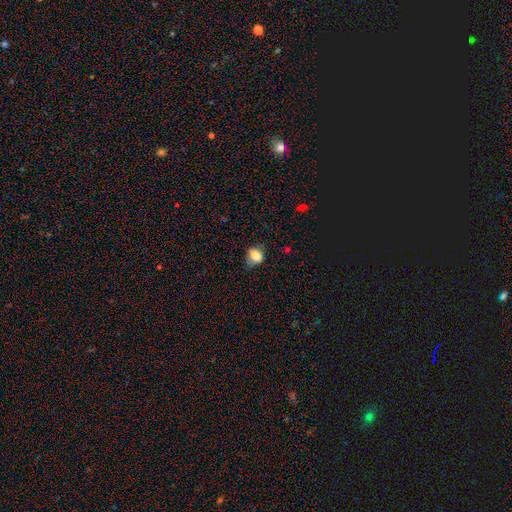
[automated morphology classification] This appears to be a smooth galaxy with no disk features (80%) that is in between round and cigar-shaped (60%). Merging: none (63%).